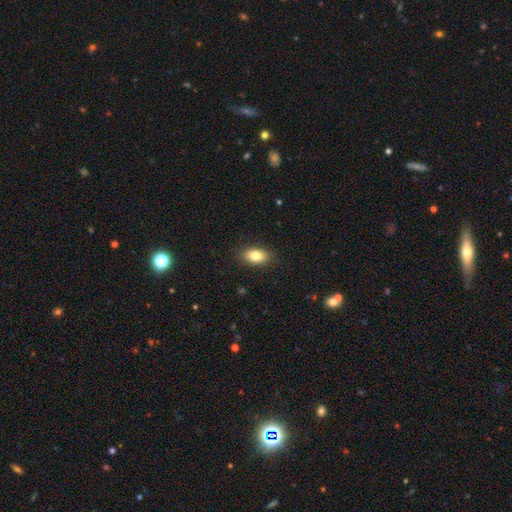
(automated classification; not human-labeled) smooth_or_featured: smooth (p=0.81) [alt: featured or disk p=0.11]
how_rounded: in between (p=0.88) [alt: round p=0.09]
merging: none (p=0.88) [alt: minor disturbance p=0.08]